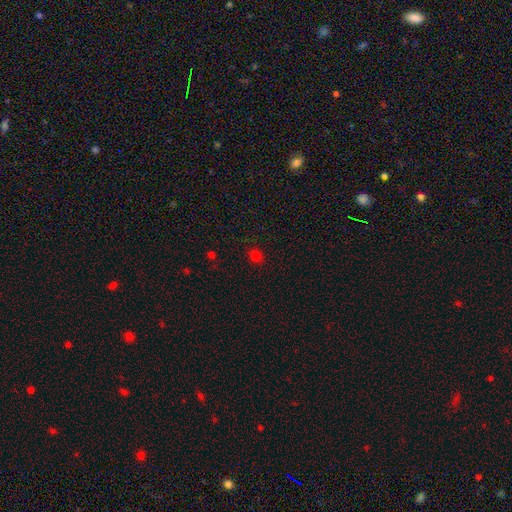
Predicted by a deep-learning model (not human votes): Q: Smooth or featured?
A: smooth (76%); runner-up: star or artifact (19%)
Q: How rounded?
A: round (79%); runner-up: in between (20%)
Q: Merging?
A: none (89%); runner-up: minor disturbance (8%)